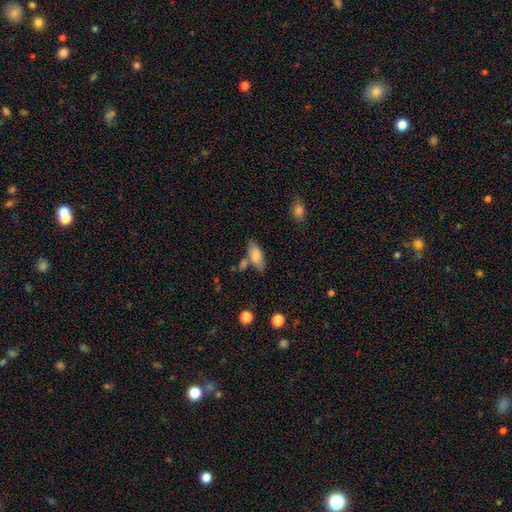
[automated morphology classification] The model was most divided on "merging": none: 67%, minor disturbance: 16%, merger: 13%, major disturbance: 4%. More confident: how rounded — in between (82%); smooth or featured — smooth (79%).